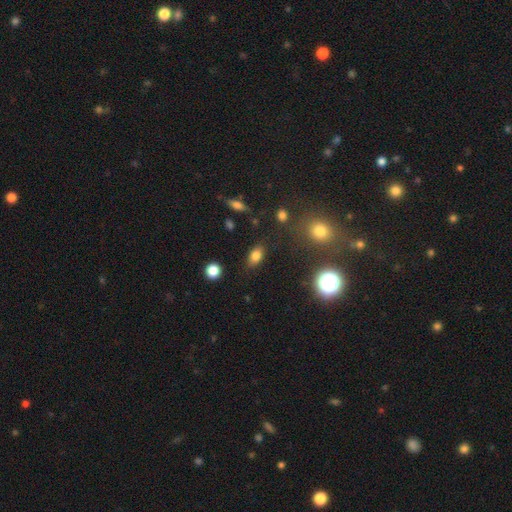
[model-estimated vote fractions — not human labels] smooth-or-featured: smooth: 79% | star or artifact: 12% | featured or disk: 9%
  how-rounded: in between: 84% | round: 13% | cigar-shaped: 3%
  merging: none: 82% | minor disturbance: 12% | major disturbance: 3% | merger: 2%